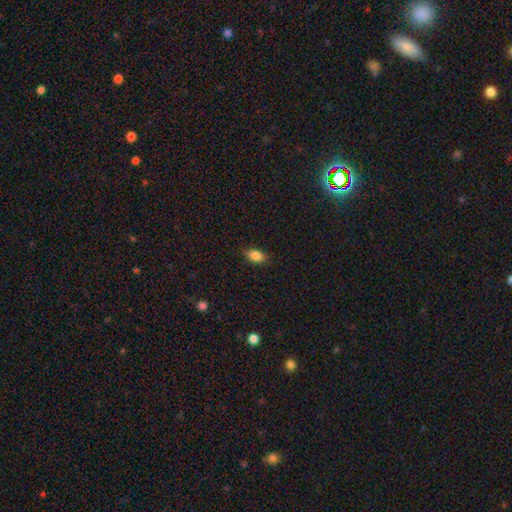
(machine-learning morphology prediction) A smooth galaxy with no disk features (85%) that is in between round and cigar-shaped (87%).

Vote fractions:
- Smooth or featured? smooth: 85% / star or artifact: 9% / featured or disk: 7%
- How rounded? in between: 87% / round: 9% / cigar-shaped: 4%
- Merging? none: 84% / minor disturbance: 12% / major disturbance: 2% / merger: 1%